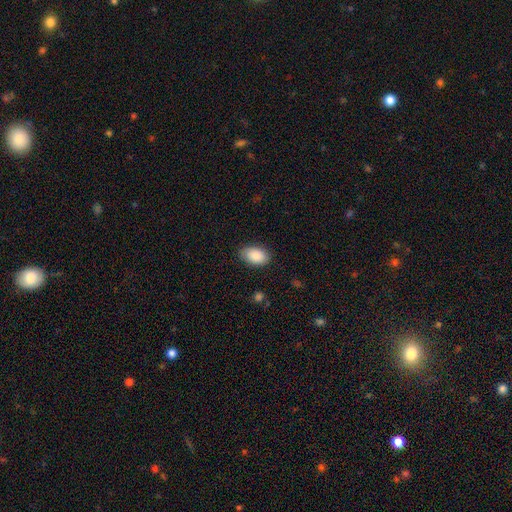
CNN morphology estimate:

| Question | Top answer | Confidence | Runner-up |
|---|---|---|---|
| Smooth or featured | smooth | 89% | star or artifact (6%) |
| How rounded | in between | 92% | round (7%) |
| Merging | none | 83% | minor disturbance (13%) |